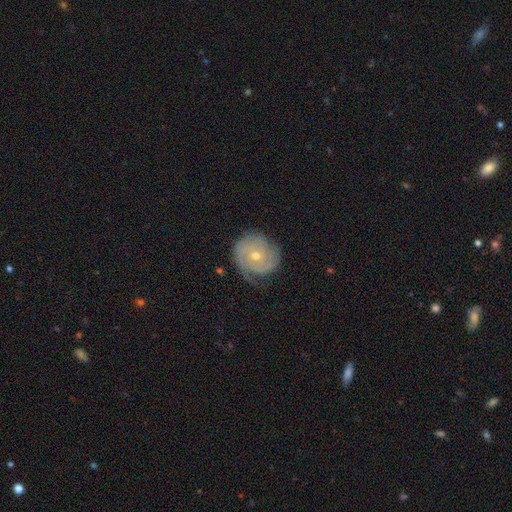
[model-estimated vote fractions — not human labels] The model was most divided on "spiral arm count": can't tell: 30%, 2: 29%, 3: 20%, 1: 9%, 4: 6%, more than 4: 5%. Remaining: edge-on disk — no (97%); spiral arms — yes (92%); bar — no (77%); smooth or featured — featured or disk (76%); merging — none (71%); spiral winding — tight (71%); bulge size — small (50%).